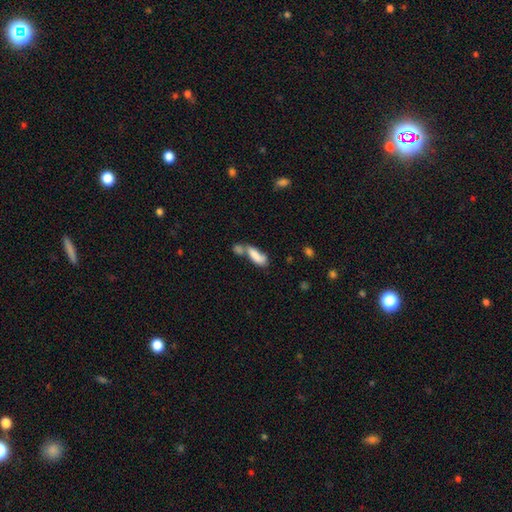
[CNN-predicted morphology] Smooth or featured? Predicted: smooth (p=0.75). How rounded? Predicted: in between (p=0.67). Merging? Predicted: merger (p=0.56).